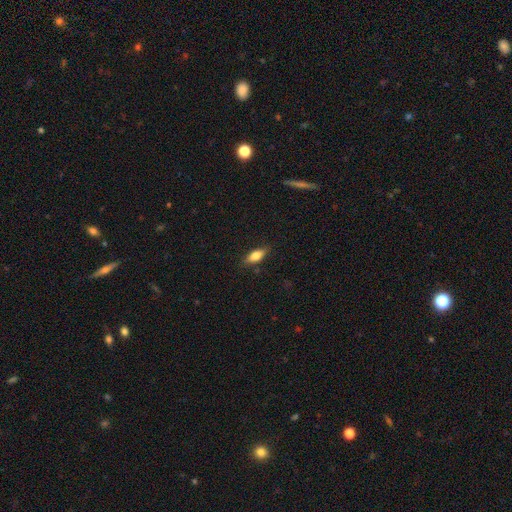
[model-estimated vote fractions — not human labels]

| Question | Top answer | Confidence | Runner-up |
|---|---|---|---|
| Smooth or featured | smooth | 75% | featured or disk (18%) |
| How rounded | in between | 76% | cigar-shaped (21%) |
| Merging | none | 84% | minor disturbance (12%) |